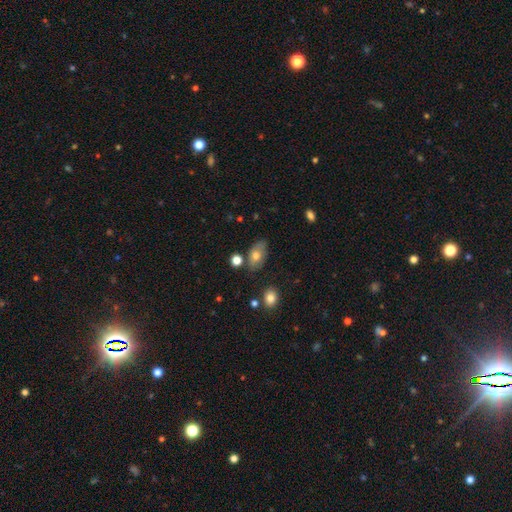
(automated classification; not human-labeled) smooth-or-featured: smooth: 72% | featured or disk: 19% | star or artifact: 9%
  how-rounded: in between: 89% | round: 9% | cigar-shaped: 2%
  merging: none: 69% | minor disturbance: 20% | merger: 6% | major disturbance: 5%